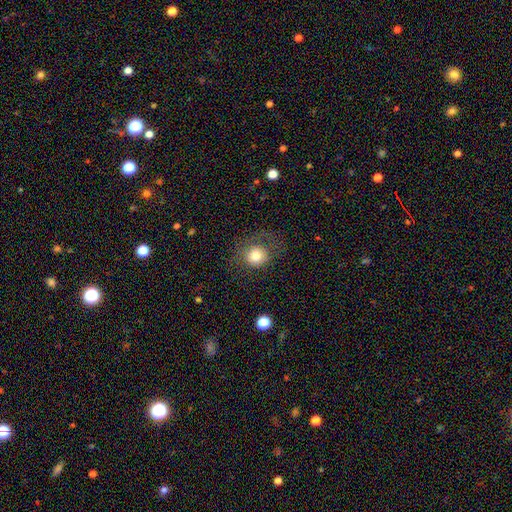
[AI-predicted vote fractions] Q: Smooth or featured?
A: smooth (76%); runner-up: featured or disk (12%)
Q: How rounded?
A: round (83%); runner-up: in between (16%)
Q: Merging?
A: none (64%); runner-up: minor disturbance (18%)